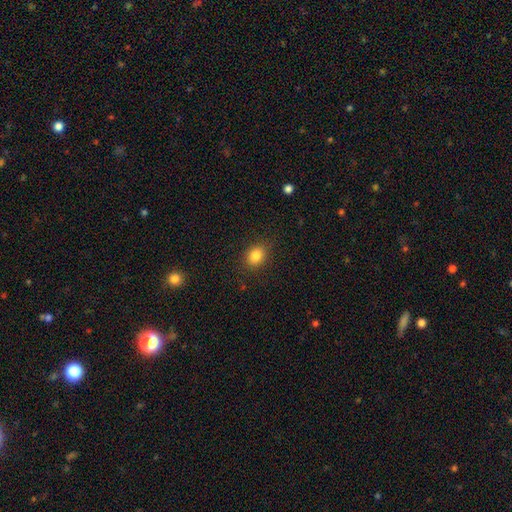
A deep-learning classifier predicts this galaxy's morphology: This appears to be a smooth galaxy with no disk features (84%) that is in between round and cigar-shaped (56%). Merging: none (86%).